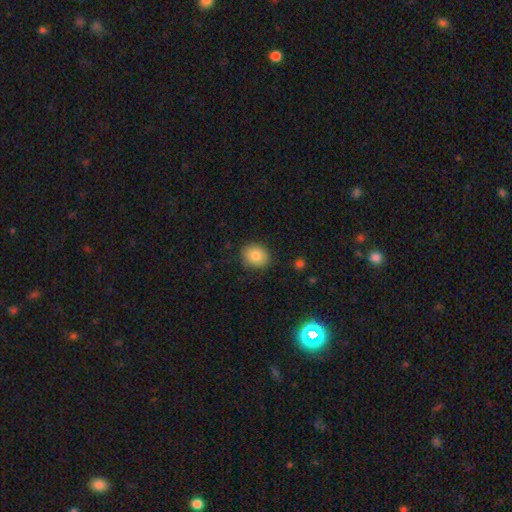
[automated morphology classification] A smooth galaxy with no disk features (83%) that is round (64%).

Vote fractions:
- Smooth or featured? smooth: 83% / star or artifact: 9% / featured or disk: 8%
- How rounded? round: 64% / in between: 35% / cigar-shaped: 1%
- Merging? none: 86% / minor disturbance: 10% / major disturbance: 3% / merger: 1%